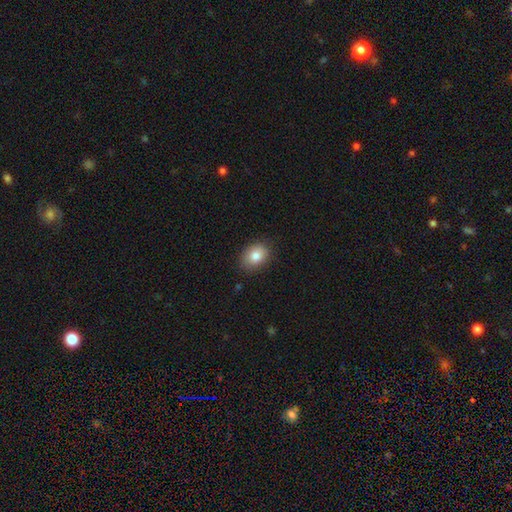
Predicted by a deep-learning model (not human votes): smooth_or_featured: smooth (p=0.82) [alt: featured or disk p=0.09]
how_rounded: in between (p=0.67) [alt: round p=0.32]
merging: none (p=0.84) [alt: minor disturbance p=0.12]